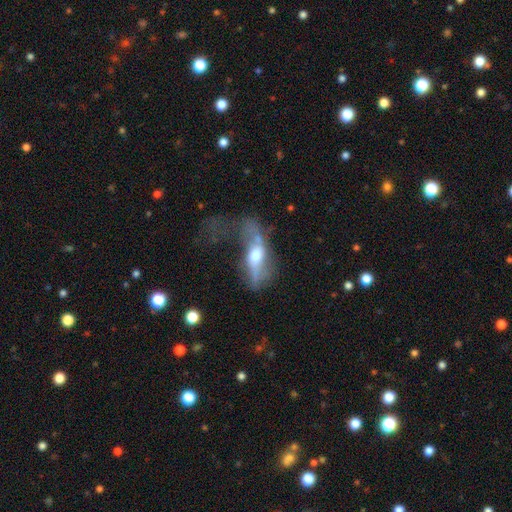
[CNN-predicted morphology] A featured or disk galaxy (58%). Merging: major disturbance (51%).